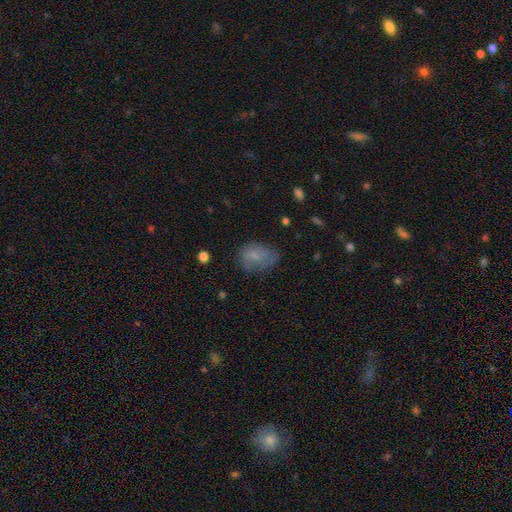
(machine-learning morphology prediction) This is likely a smooth galaxy (64%). How rounded: likely in between (75%). Merging: possibly none (55%).